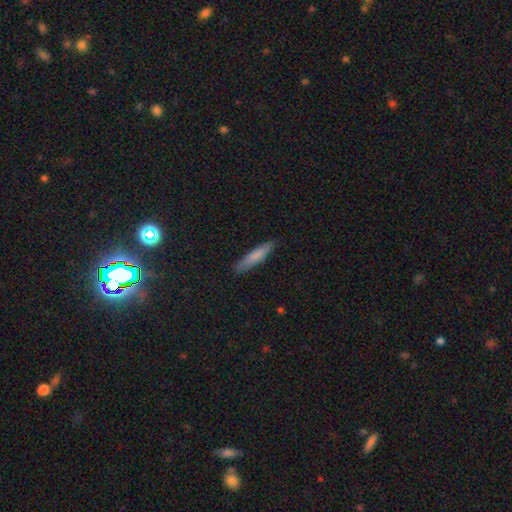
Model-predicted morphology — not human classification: Smooth or featured: smooth — 75% (featured or disk — 19%)
How rounded: cigar-shaped — 86% (in between — 12%)
Merging: none — 88% (minor disturbance — 9%)